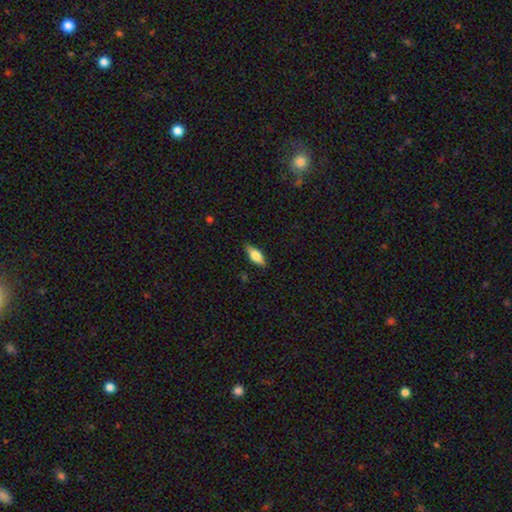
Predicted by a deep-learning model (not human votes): smooth 75%, featured or disk 18%, star or artifact 7%. Down the decision tree: how rounded — in between (78%); merging — none (84%).